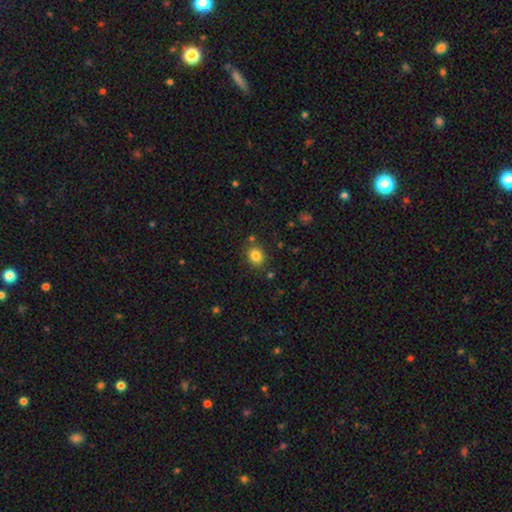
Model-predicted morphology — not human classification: Smooth or featured? smooth (82%)
How rounded? round (64%)
Merging? none (83%)